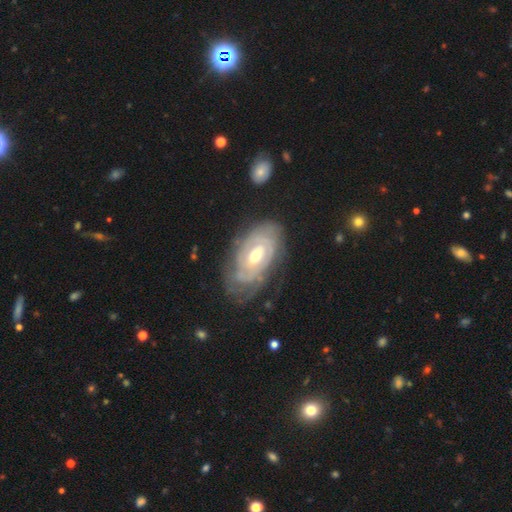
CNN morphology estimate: smooth_or_featured: featured or disk (p=0.85) [alt: smooth p=0.10]
disk_edge_on: no (p=0.94) [alt: yes p=0.06]
bar: no (p=0.45) [alt: weak p=0.39]
has_spiral_arms: yes (p=0.90) [alt: no p=0.10]
spiral_winding: tight (p=0.79) [alt: medium p=0.16]
spiral_arm_count: can't tell (p=0.49) [alt: 2 p=0.21]
bulge_size: moderate (p=0.65) [alt: small p=0.29]
merging: none (p=0.70) [alt: minor disturbance p=0.20]